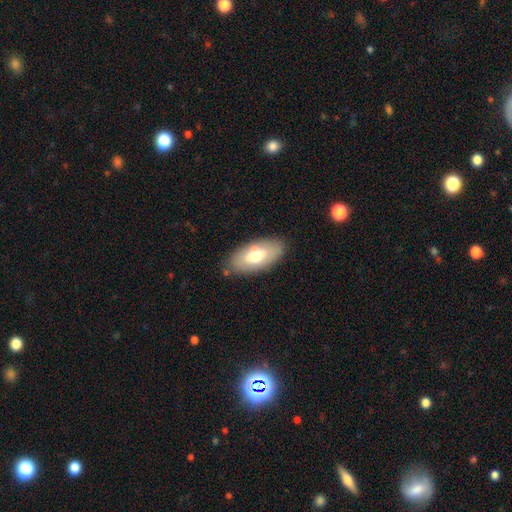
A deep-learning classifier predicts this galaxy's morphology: A smooth galaxy with no disk features (64%) that is in between round and cigar-shaped (91%).

Vote fractions:
- Smooth or featured? smooth: 64% / featured or disk: 29% / star or artifact: 7%
- How rounded? in between: 91% / cigar-shaped: 5% / round: 3%
- Merging? none: 77% / minor disturbance: 15% / merger: 5% / major disturbance: 4%